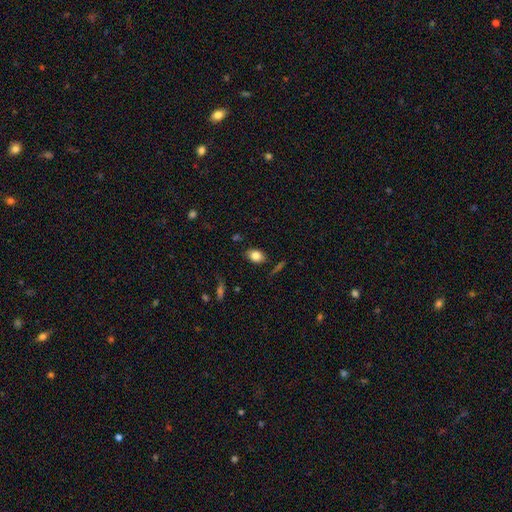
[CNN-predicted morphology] Smooth or featured? Predicted: smooth (p=0.81). How rounded? Predicted: in between (p=0.78). Merging? Predicted: none (p=0.80).